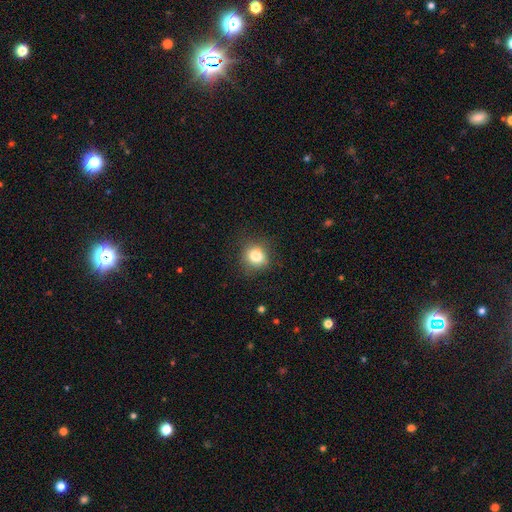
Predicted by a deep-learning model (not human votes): A smooth galaxy with no disk features (82%) that is round (79%). Merging: none (78%).